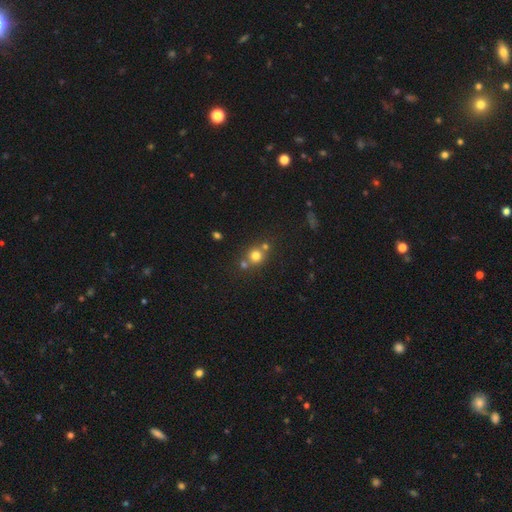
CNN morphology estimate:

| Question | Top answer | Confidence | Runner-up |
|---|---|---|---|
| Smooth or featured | smooth | 74% | star or artifact (16%) |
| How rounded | round | 87% | in between (12%) |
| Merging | none | 59% | merger (29%) |